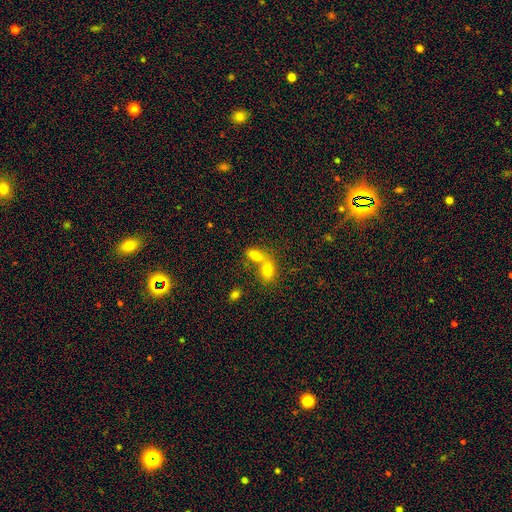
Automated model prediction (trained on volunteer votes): Overall: smooth (78%). How rounded: in between (84%). Merging: merger (59%; none 29%).